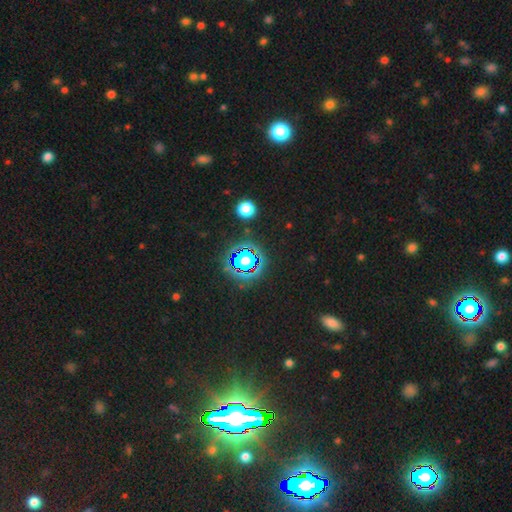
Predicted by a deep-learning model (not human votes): Morphology: type=star or artifact (82%).